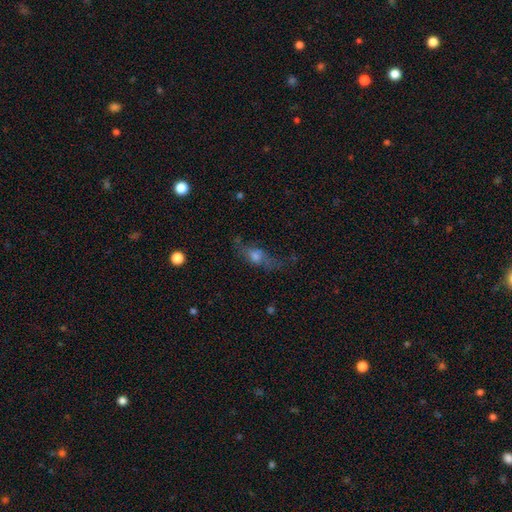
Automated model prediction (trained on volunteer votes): featured or disk 42% (tied), smooth 42% (tied), star or artifact 17%. Down the decision tree: merging — none (53%).